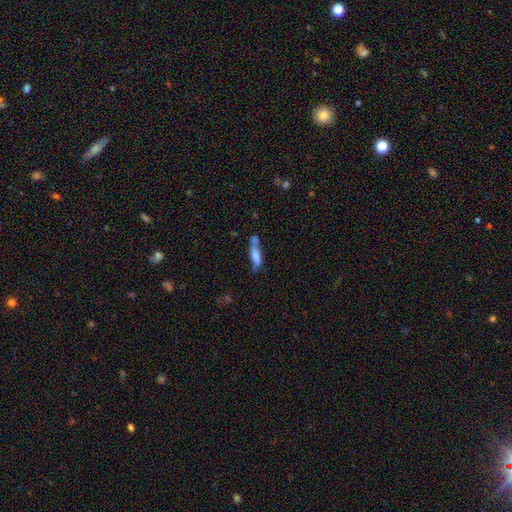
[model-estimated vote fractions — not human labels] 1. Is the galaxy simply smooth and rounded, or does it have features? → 63% smooth, 29% featured or disk, 8% star or artifact.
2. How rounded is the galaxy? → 62% cigar-shaped, 35% in between, 2% round.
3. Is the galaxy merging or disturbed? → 41% none, 25% minor disturbance, 23% merger, 11% major disturbance.